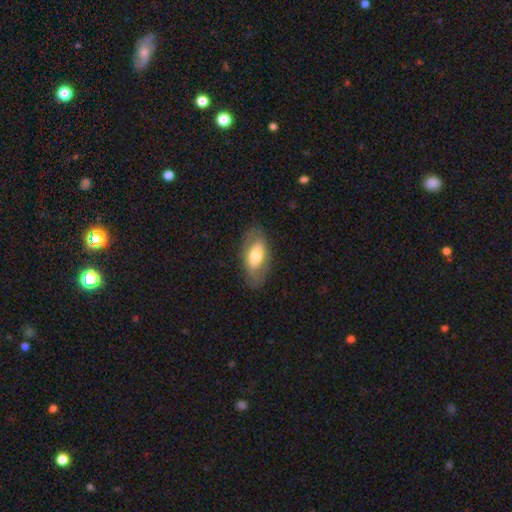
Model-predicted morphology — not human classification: Overall: smooth (57%; featured or disk 37%). How rounded: in between (89%). Merging: none (79%).